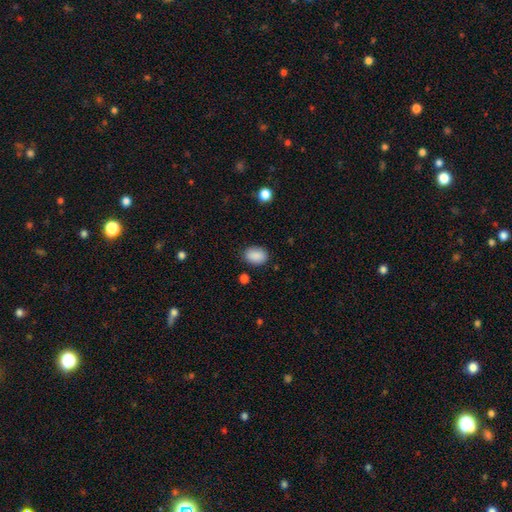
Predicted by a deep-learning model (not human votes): Smooth or featured: smooth — 89% (star or artifact — 8%)
How rounded: in between — 81% (round — 18%)
Merging: none — 83% (minor disturbance — 12%)